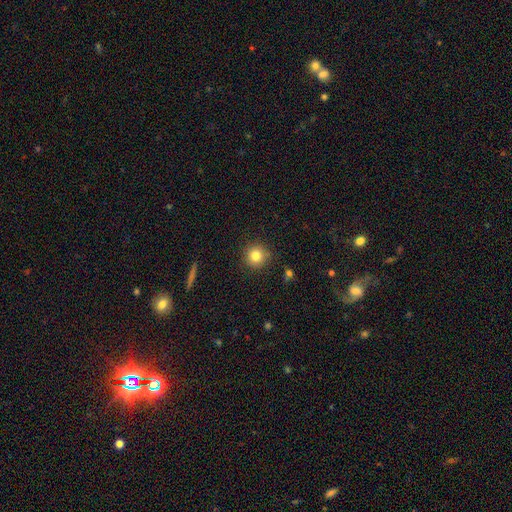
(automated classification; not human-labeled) Smooth or featured: smooth — 82% (star or artifact — 11%)
How rounded: round — 94% (in between — 5%)
Merging: none — 88% (minor disturbance — 8%)